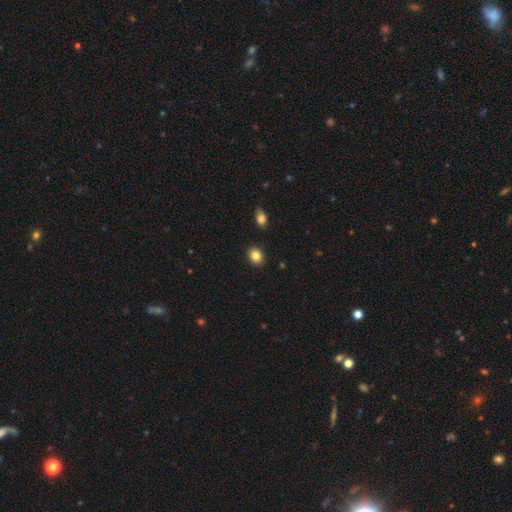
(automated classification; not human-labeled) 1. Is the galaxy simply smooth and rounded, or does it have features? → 85% smooth, 10% star or artifact, 6% featured or disk.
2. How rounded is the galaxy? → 57% round, 42% in between, 1% cigar-shaped.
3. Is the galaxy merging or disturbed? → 89% none, 7% minor disturbance, 2% merger, 2% major disturbance.